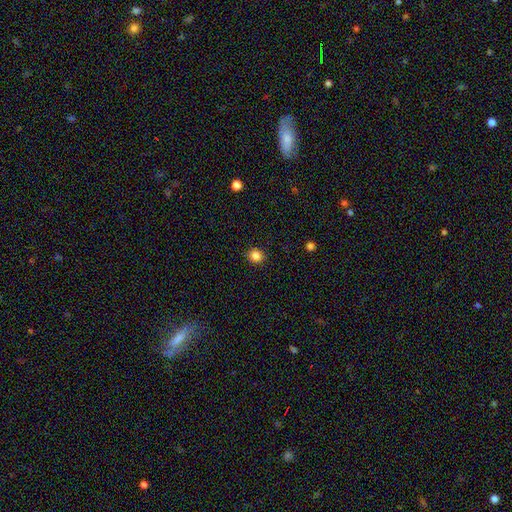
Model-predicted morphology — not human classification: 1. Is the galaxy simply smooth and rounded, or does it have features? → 84% smooth, 12% star or artifact, 4% featured or disk.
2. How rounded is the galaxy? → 83% round, 16% in between, 1% cigar-shaped.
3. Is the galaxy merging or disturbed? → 91% none, 6% minor disturbance, 2% major disturbance, 1% merger.